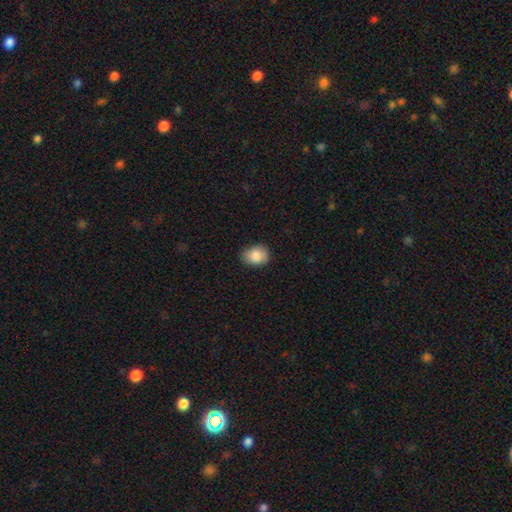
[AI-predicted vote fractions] A smooth galaxy with no disk features (86%) that is in between round and cigar-shaped (54%).

Vote fractions:
- Smooth or featured? smooth: 86% / star or artifact: 8% / featured or disk: 6%
- How rounded? in between: 54% / round: 45% / cigar-shaped: 1%
- Merging? none: 82% / minor disturbance: 15% / major disturbance: 2% / merger: 1%